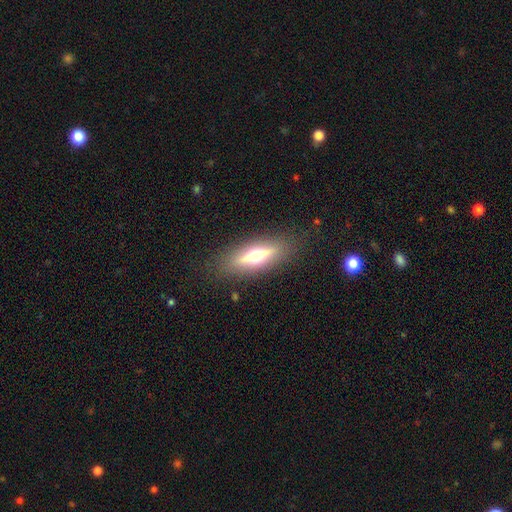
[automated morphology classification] Smooth or featured? featured or disk (61%)
Edge-on disk? yes (88%)
Edge-on bulge? rounded (95%)
Merging? none (86%)